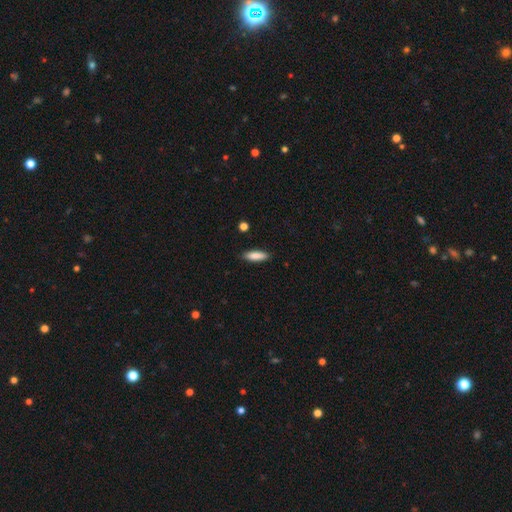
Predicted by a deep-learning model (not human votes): Overall: smooth (85%). How rounded: cigar-shaped (56%; in between 42%). Merging: none (87%).